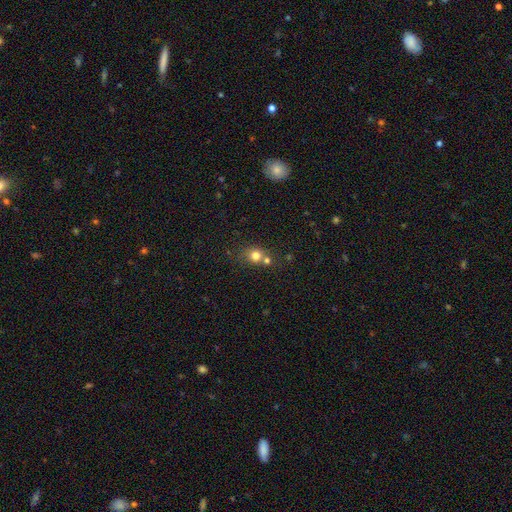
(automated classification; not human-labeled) Smooth or featured: smooth — 76% (star or artifact — 14%)
How rounded: round — 78% (in between — 21%)
Merging: none — 49% (merger — 38%)